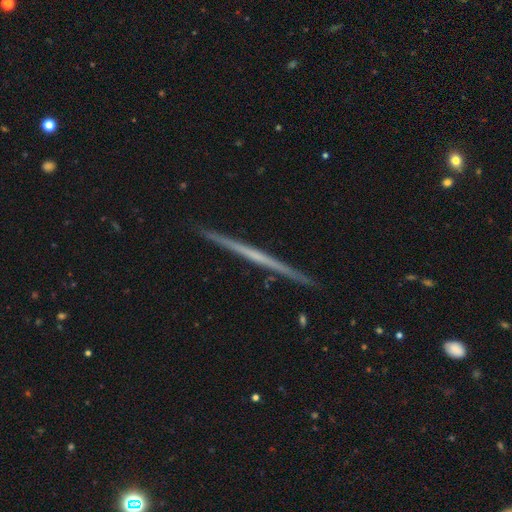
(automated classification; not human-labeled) This appears to be a featured or disk galaxy (70%) viewed edge-on (98%) with no central bulge (88%). Merging: none (92%).